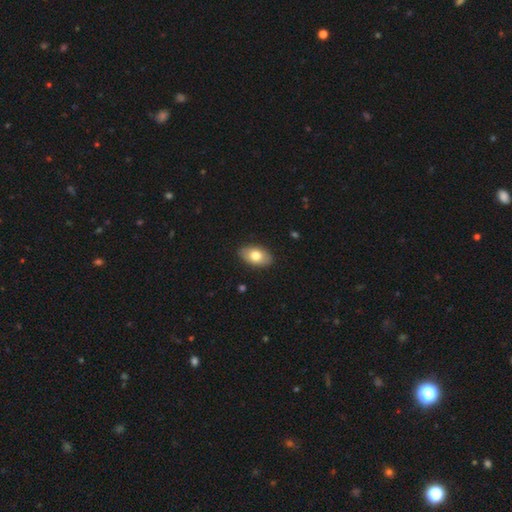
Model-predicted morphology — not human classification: The model was most divided on "smooth or featured": smooth: 77%, featured or disk: 17%, star or artifact: 6%. More confident: how rounded — in between (92%); merging — none (88%).